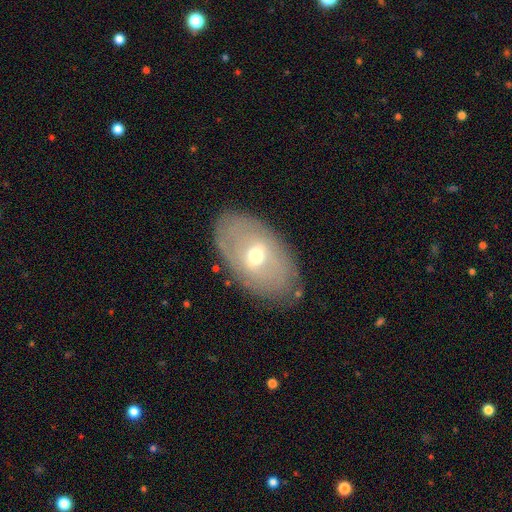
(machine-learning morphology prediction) Smooth or featured?
  - featured or disk: 55% *
  - smooth: 36%
  - star or artifact: 10%
Edge-on disk?
  - no: 89% *
  - yes: 11%
Merging?
  - none: 82% *
  - minor disturbance: 13%
  - major disturbance: 3%
  - merger: 1%